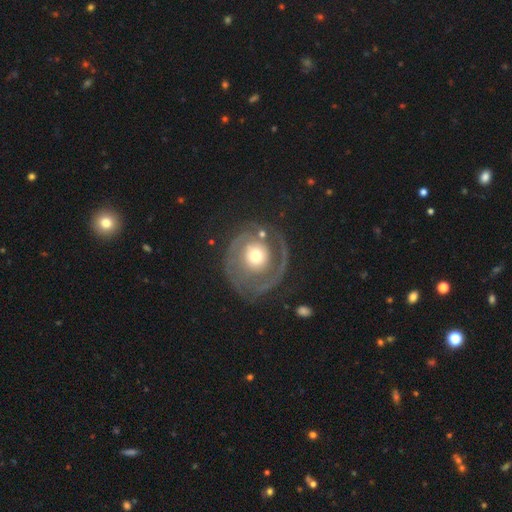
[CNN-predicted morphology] featured or disk 78%, smooth 17%, star or artifact 6%. Down the decision tree: edge-on disk — no (97%); bar — no (82%); spiral arms — yes (81%); spiral arm count — 2 (46%); spiral winding — tight (60%); bulge size — moderate (61%); merging — none (65%).